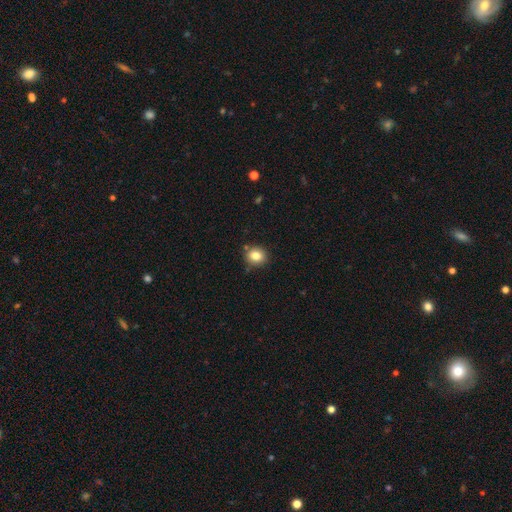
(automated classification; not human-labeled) Smooth or featured?
  - smooth: 83% *
  - star or artifact: 10%
  - featured or disk: 7%
How rounded?
  - round: 75% *
  - in between: 24%
  - cigar-shaped: 1%
Merging?
  - none: 83% *
  - minor disturbance: 11%
  - merger: 3%
  - major disturbance: 2%